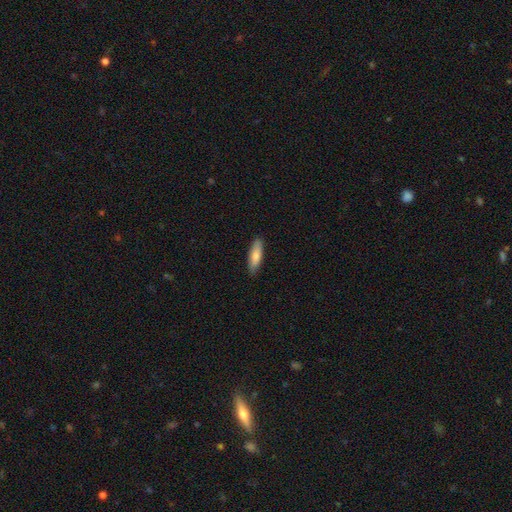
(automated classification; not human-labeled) smooth-or-featured: smooth: 79% | featured or disk: 15% | star or artifact: 6%
  how-rounded: cigar-shaped: 56% | in between: 42% | round: 2%
  merging: none: 88% | minor disturbance: 9% | major disturbance: 2% | merger: 1%